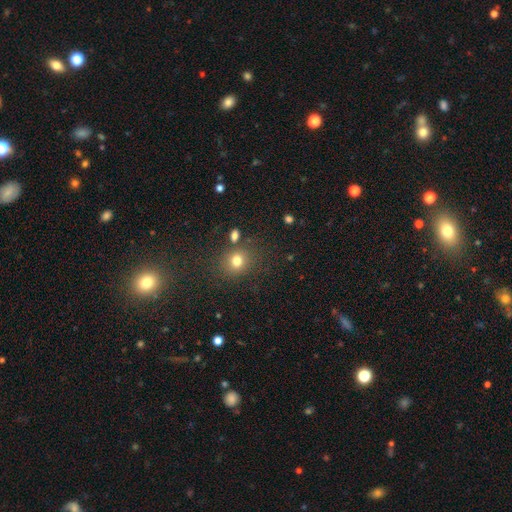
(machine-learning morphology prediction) This is possibly a smooth galaxy (57%). How rounded: clearly round (85%). Merging: clearly none (84%).